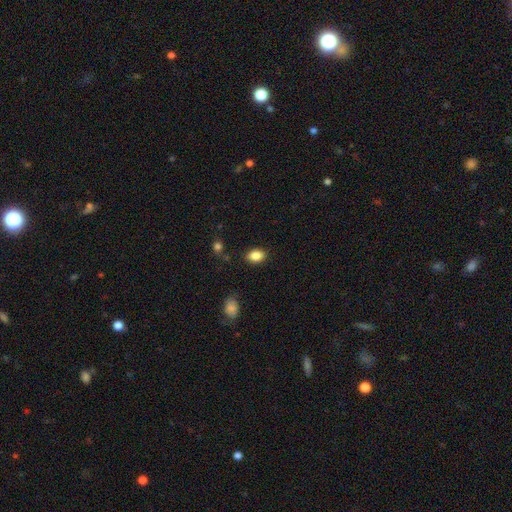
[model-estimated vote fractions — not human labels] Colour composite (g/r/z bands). It shows a smooth galaxy with no disk features (85%) that is in between round and cigar-shaped (78%). Merging: none (85%).